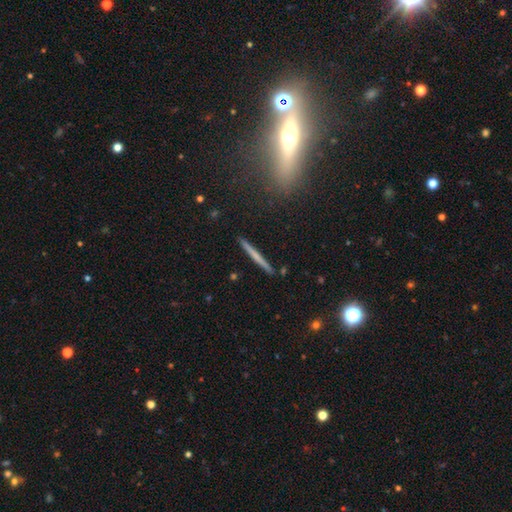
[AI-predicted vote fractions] The model was most divided on "smooth or featured" (2-way tie): smooth: 47%, featured or disk: 47%, star or artifact: 7%. More confident: merging — none (92%).